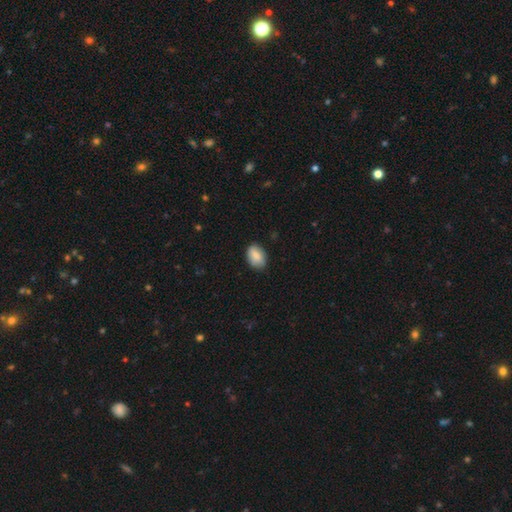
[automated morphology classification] smooth_or_featured: smooth (p=0.86) [alt: featured or disk p=0.07]
how_rounded: in between (p=0.86) [alt: round p=0.13]
merging: none (p=0.82) [alt: minor disturbance p=0.14]